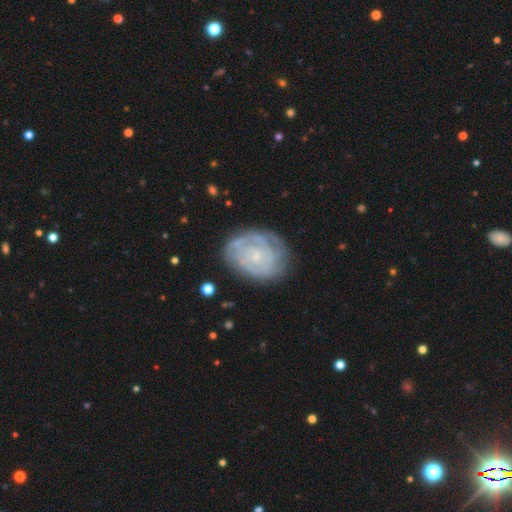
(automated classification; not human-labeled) Overall: featured or disk (73%). Edge-on disk: no (97%). Bar: no (82%). Spiral arms: yes (81%). Spiral arm count: can't tell (52%; 2 18%). Spiral winding: tight (74%). Bulge size: small (80%). Merging: none (72%).